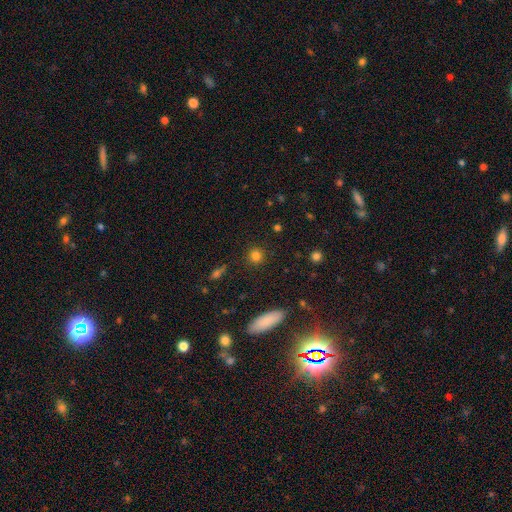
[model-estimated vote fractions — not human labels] Overall: smooth (81%). How rounded: round (90%). Merging: none (90%).